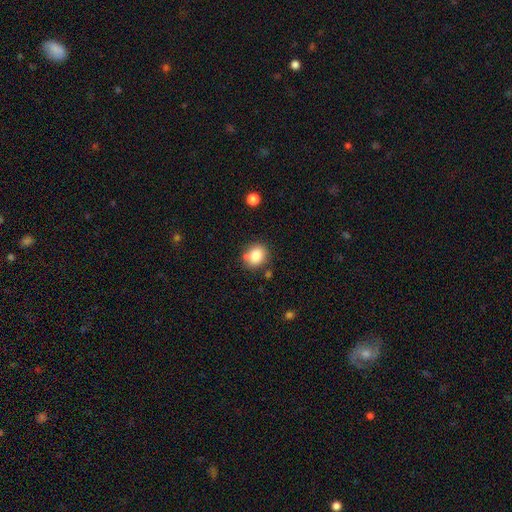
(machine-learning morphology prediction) A smooth galaxy with no disk features (82%) that is round (72%). Merging: none (75%).